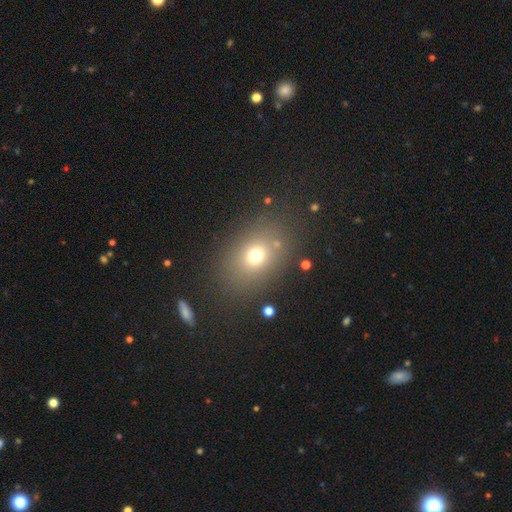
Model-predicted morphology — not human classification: This is likely a smooth galaxy (69%). How rounded: possibly in between (58%). Merging: likely none (79%).